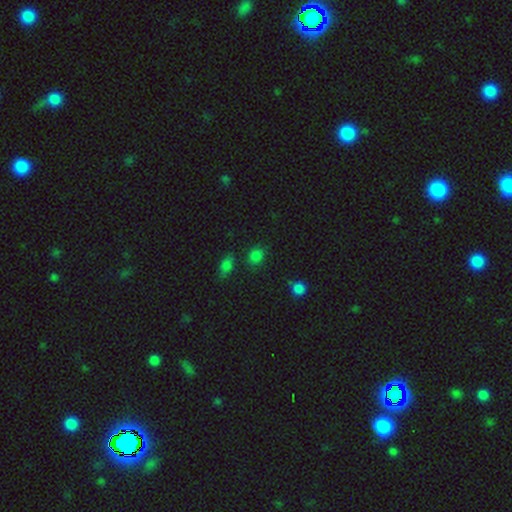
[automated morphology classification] smooth 76%, star or artifact 20%, featured or disk 5%. Down the decision tree: how rounded — round (68%); merging — none (76%).